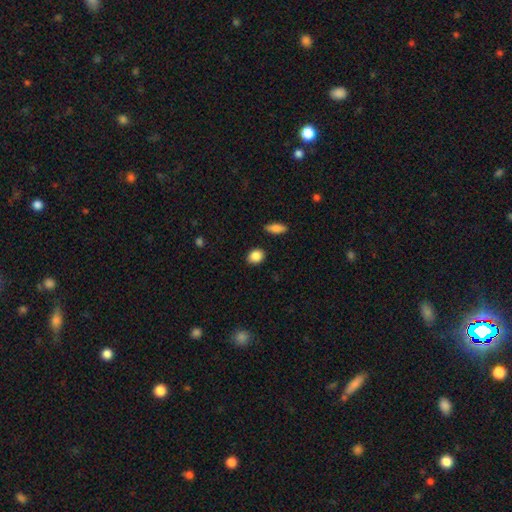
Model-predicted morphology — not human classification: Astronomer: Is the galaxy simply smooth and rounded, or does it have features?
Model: smooth — 88%.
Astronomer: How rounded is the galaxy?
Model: round — 52% (runner-up: in between, 47%).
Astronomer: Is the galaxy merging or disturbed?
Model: none — 88%.